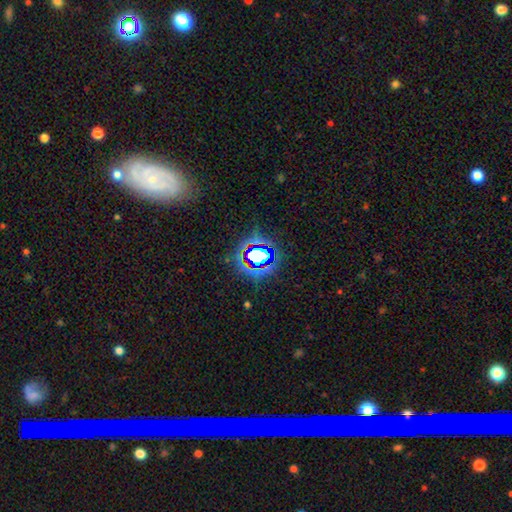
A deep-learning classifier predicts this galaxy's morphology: Smooth or featured? star or artifact (64%)